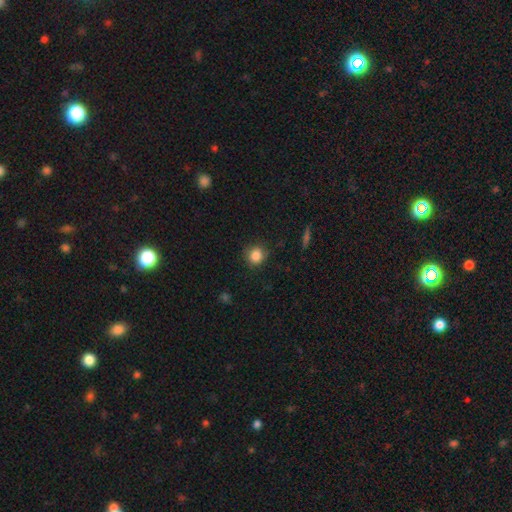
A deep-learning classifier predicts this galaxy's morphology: Smooth or featured? smooth (85%)
How rounded? round (86%)
Merging? none (81%)